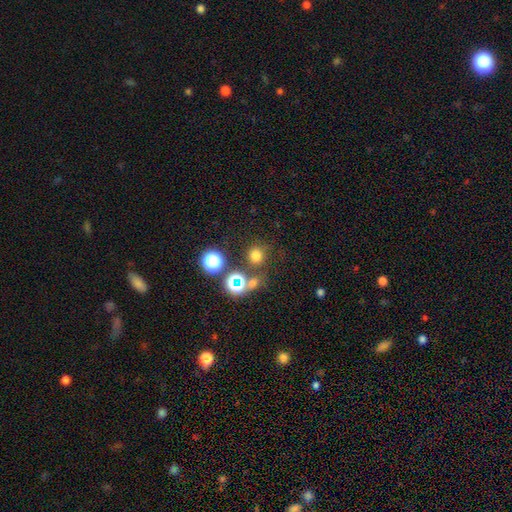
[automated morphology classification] The model was most divided on "smooth or featured": smooth: 70%, star or artifact: 24%, featured or disk: 7%. More confident: how rounded — round (89%); merging — none (77%).